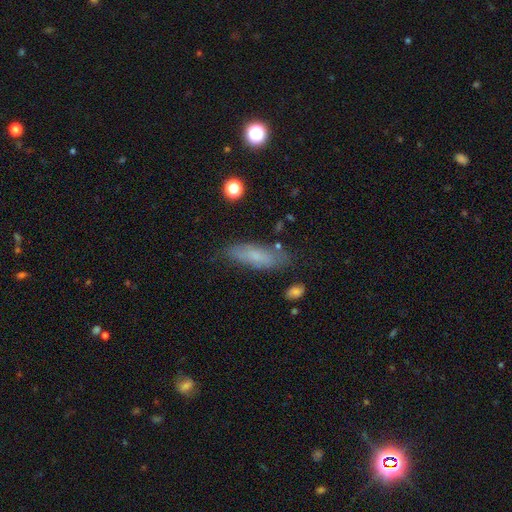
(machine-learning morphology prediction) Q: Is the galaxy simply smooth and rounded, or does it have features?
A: smooth — 63%.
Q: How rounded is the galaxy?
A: cigar-shaped — 50%.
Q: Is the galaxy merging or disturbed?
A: none — 76%.